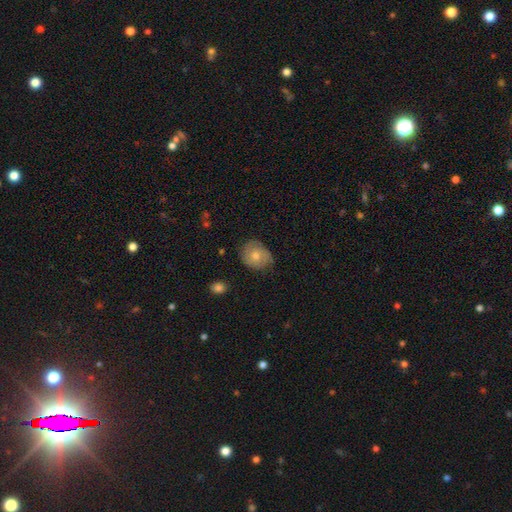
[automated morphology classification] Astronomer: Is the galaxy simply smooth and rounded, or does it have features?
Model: featured or disk — 48% (runner-up: smooth, 43%).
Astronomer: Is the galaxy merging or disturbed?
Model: none — 75%.